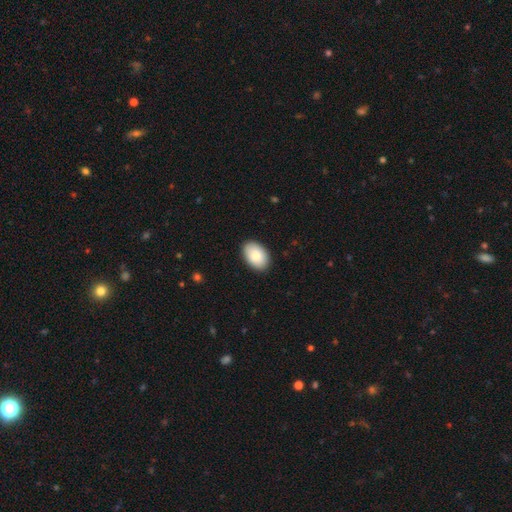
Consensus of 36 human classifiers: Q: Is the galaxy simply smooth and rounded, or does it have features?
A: smooth — 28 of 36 (78%).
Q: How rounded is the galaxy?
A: in between — 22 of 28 (79%).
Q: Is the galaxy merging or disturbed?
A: none — 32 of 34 (94%).